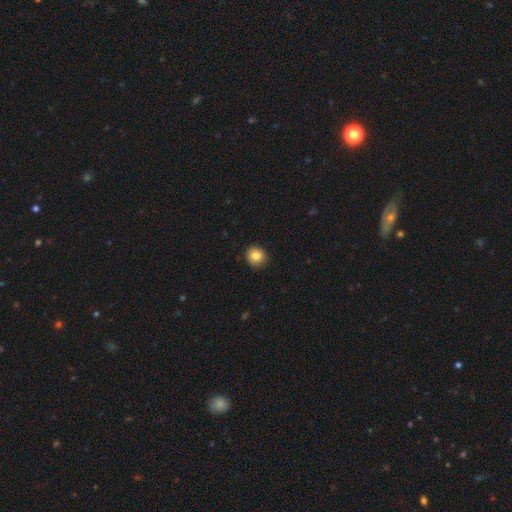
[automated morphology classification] Smooth or featured?
  - smooth: 84% *
  - star or artifact: 10%
  - featured or disk: 6%
How rounded?
  - round: 87% *
  - in between: 12%
  - cigar-shaped: 1%
Merging?
  - none: 88% *
  - minor disturbance: 9%
  - major disturbance: 2%
  - merger: 1%